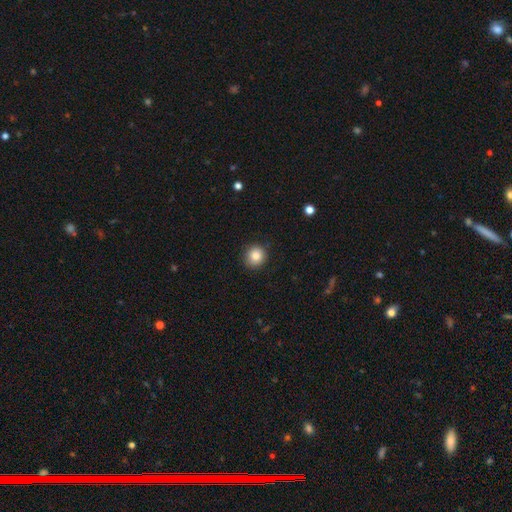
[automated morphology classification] A smooth galaxy with no disk features (84%) that is round (92%). Merging: none (89%).